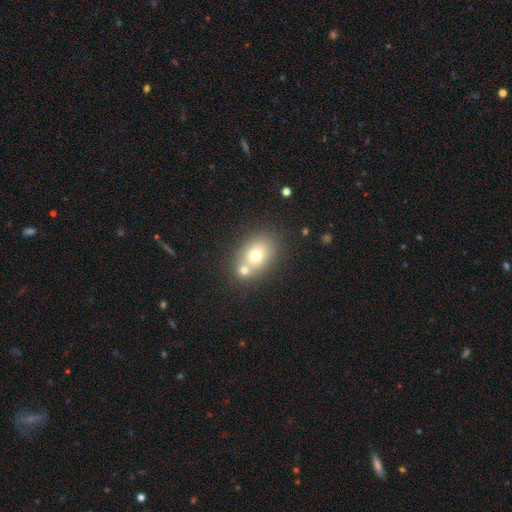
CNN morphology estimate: Smooth or featured: smooth — 69% (featured or disk — 19%)
How rounded: in between — 62% (round — 36%)
Merging: none — 52% (merger — 34%)